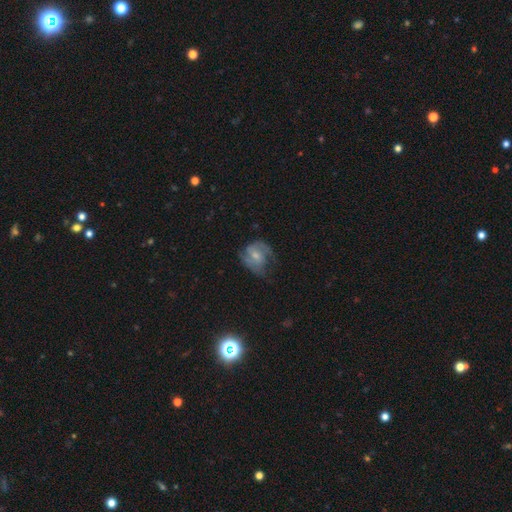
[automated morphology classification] Smooth or featured: featured or disk — 63% (smooth — 29%)
Edge-on disk: no — 97% (yes — 3%)
Bar: no — 48% (weak — 42%)
Spiral arms: yes — 83% (no — 17%)
Spiral winding: medium — 47% (tight — 29%)
Spiral arm count: 2 — 62% (can't tell — 19%)
Bulge size: small — 46% (moderate — 42%)
Merging: none — 50% (minor disturbance — 26%)